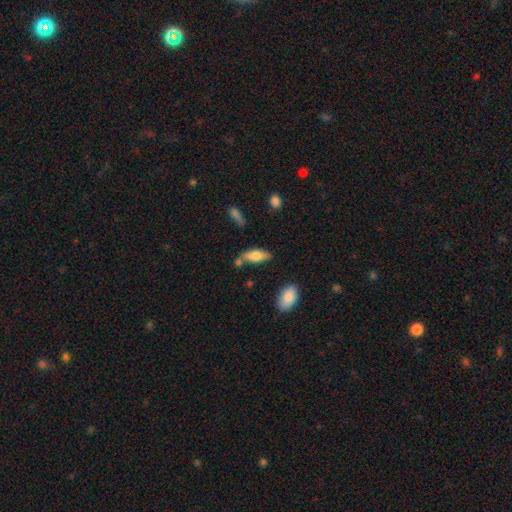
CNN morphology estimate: smooth_or_featured: smooth (p=0.70) [alt: featured or disk p=0.23]
how_rounded: in between (p=0.70) [alt: cigar-shaped p=0.27]
merging: none (p=0.64) [alt: minor disturbance p=0.19]